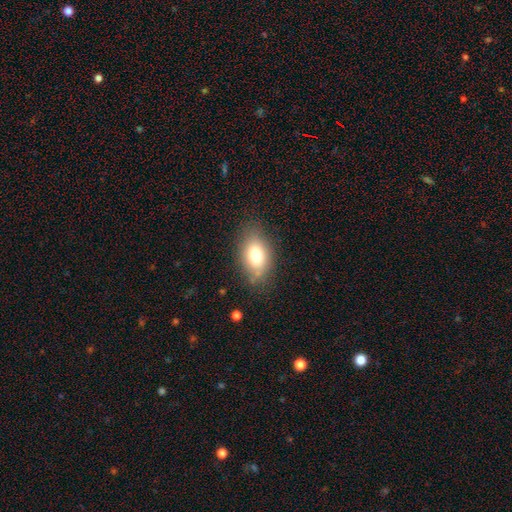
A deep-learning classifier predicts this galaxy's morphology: smooth 74%, featured or disk 16%, star or artifact 10%. Down the decision tree: how rounded — in between (85%); merging — none (75%).